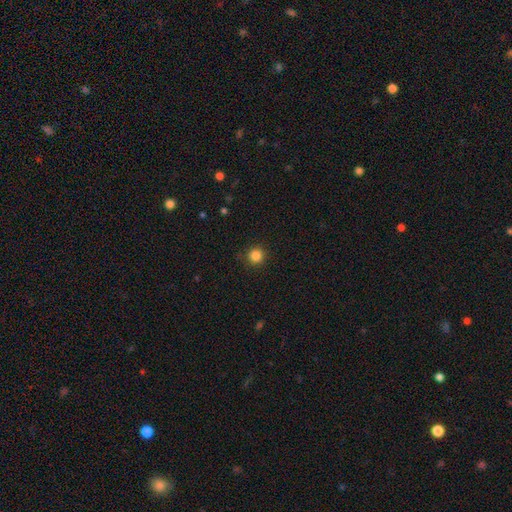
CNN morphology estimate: Smooth or featured? smooth (84%)
How rounded? round (95%)
Merging? none (90%)